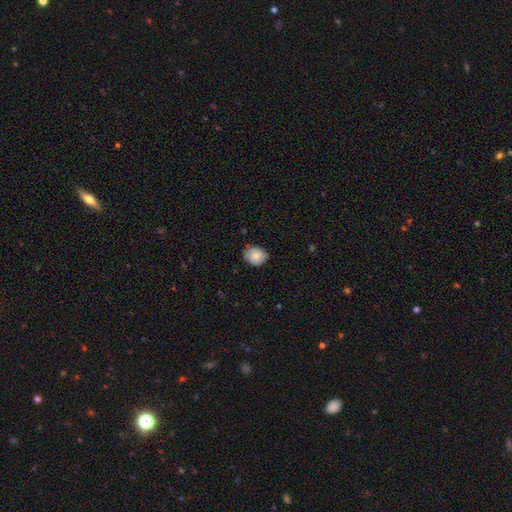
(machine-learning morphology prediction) A smooth galaxy with no disk features (81%) that is round (68%). Merging: none (71%).